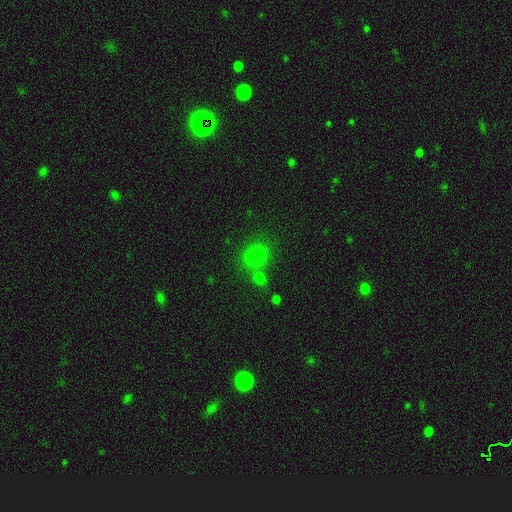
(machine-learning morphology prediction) Q: Smooth or featured?
A: smooth (76%); runner-up: star or artifact (17%)
Q: How rounded?
A: round (61%); runner-up: in between (38%)
Q: Merging?
A: none (65%); runner-up: merger (19%)